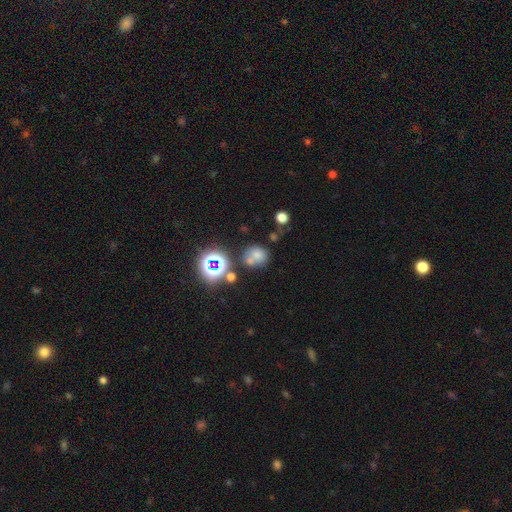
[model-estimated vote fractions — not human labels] smooth-or-featured: smooth: 65% | star or artifact: 22% | featured or disk: 13%
  how-rounded: round: 74% | in between: 25% | cigar-shaped: 1%
  merging: none: 49% | merger: 32% | minor disturbance: 13% | major disturbance: 6%